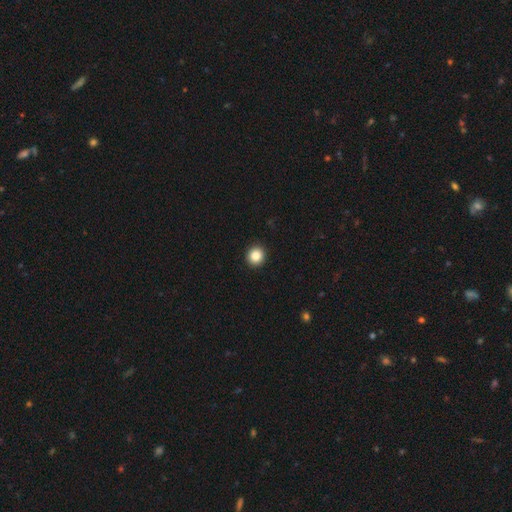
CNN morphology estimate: Overall: smooth (86%). How rounded: round (93%). Merging: none (93%).